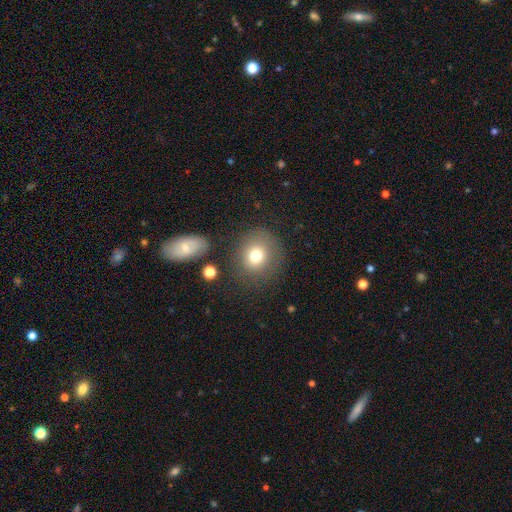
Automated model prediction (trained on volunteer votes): A smooth galaxy with no disk features (76%) that is round (83%). Merging: none (78%).